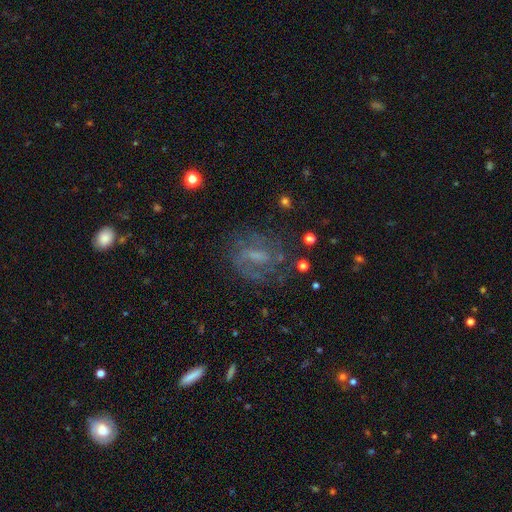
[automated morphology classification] type=featured or disk (64%); edge-on=no (95%); bar=weak (48%); spiral arms=yes (78%); bulge=small (34%, tied with none); merging=none (63%).